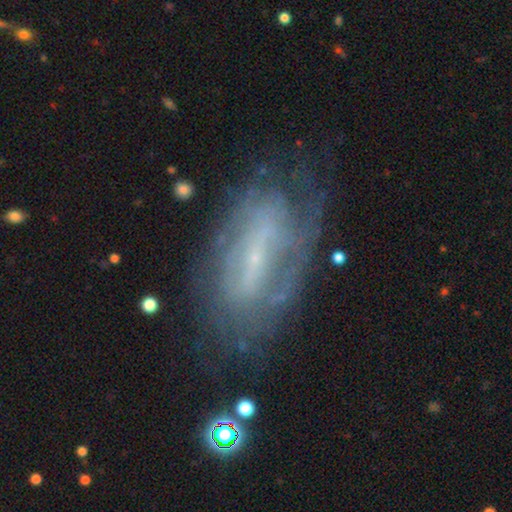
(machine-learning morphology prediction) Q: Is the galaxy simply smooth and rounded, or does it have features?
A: featured or disk — 74%.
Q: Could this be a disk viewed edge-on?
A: no — 91%.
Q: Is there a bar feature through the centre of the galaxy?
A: weak — 40%.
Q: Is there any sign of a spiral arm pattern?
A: yes — 74%.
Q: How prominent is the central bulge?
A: small — 77%.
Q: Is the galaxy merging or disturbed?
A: none — 67%.